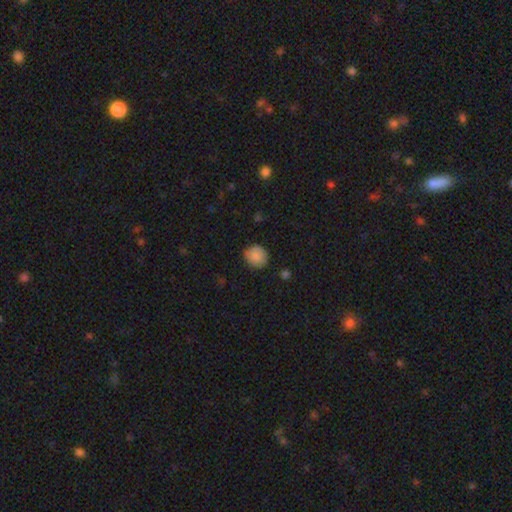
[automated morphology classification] This is clearly a smooth galaxy (87%). How rounded: clearly round (88%). Merging: clearly none (84%).